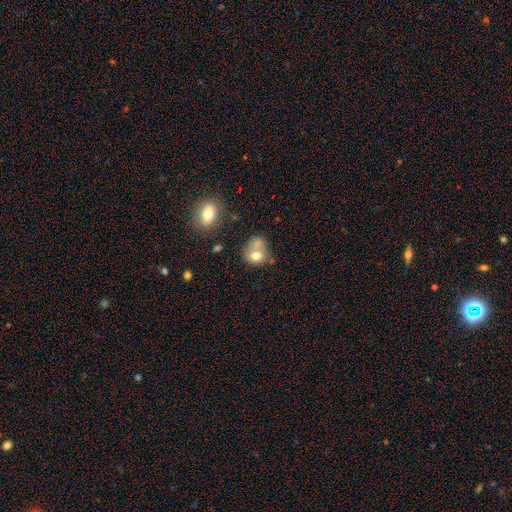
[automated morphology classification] smooth_or_featured: smooth (p=0.71) [alt: featured or disk p=0.18]
how_rounded: round (p=0.62) [alt: in between p=0.37]
merging: merger (p=0.43) [alt: none p=0.30]